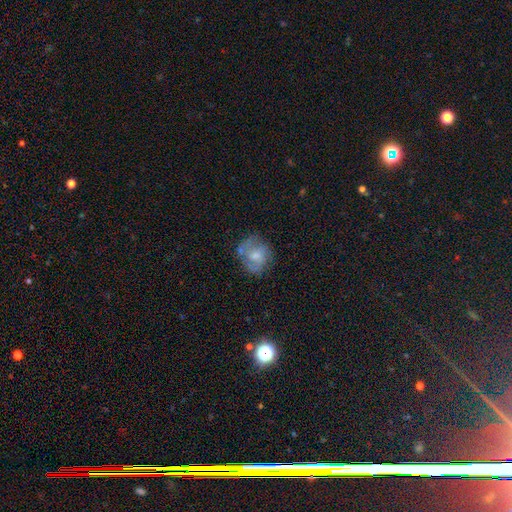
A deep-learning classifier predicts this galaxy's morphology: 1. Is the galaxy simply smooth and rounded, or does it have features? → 54% featured or disk, 38% smooth, 8% star or artifact.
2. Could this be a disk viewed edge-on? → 97% no, 3% yes.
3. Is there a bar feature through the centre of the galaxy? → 60% no, 34% weak, 5% strong.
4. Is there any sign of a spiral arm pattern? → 69% yes, 31% no.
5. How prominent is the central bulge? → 49% moderate, 38% small, 8% none, 5% large, 1% dominant.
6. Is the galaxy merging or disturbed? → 57% none, 24% minor disturbance, 13% major disturbance, 6% merger.